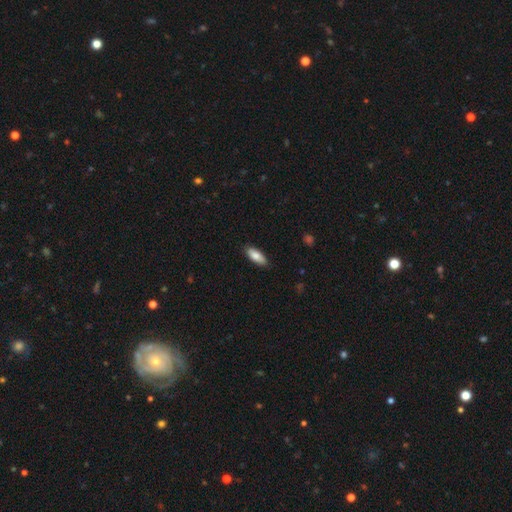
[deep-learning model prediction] Smooth or featured?
  - smooth: 82% *
  - featured or disk: 12%
  - star or artifact: 6%
How rounded?
  - in between: 78% *
  - cigar-shaped: 21%
  - round: 2%
Merging?
  - none: 86% *
  - minor disturbance: 11%
  - major disturbance: 2%
  - merger: 1%